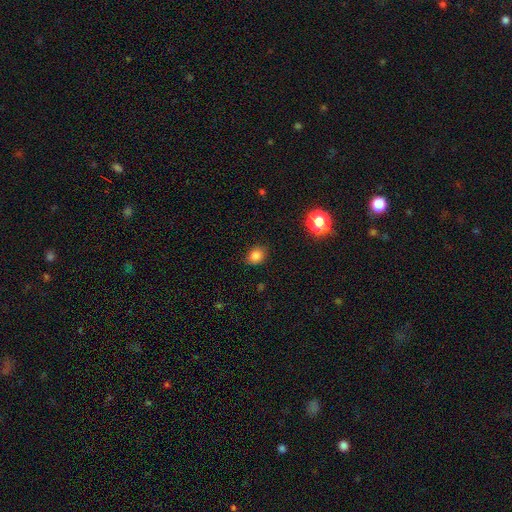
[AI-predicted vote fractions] The model was most divided on "how rounded": in between: 50%, round: 49%, cigar-shaped: 1%. More confident: smooth or featured — smooth (83%); merging — none (83%).